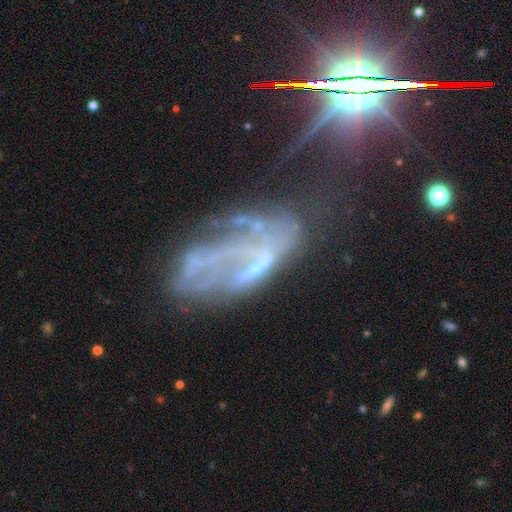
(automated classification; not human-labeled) smooth-or-featured: featured or disk: 66% | star or artifact: 20% | smooth: 14%
  disk-edge-on: no: 93% | yes: 7%
    bar: no: 63% | weak: 24% | strong: 14%
    has-spiral-arms: no: 54% | yes: 46%
    bulge-size: none: 64% | small: 25% | moderate: 8% | large: 2% | dominant: 1%
  merging: major disturbance: 38% | none: 33% | minor disturbance: 21% | merger: 8%